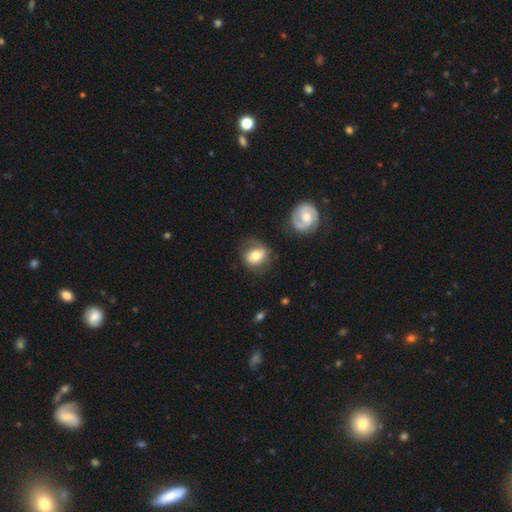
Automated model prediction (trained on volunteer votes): Smooth or featured? smooth (59%)
How rounded? round (65%)
Merging? none (59%)